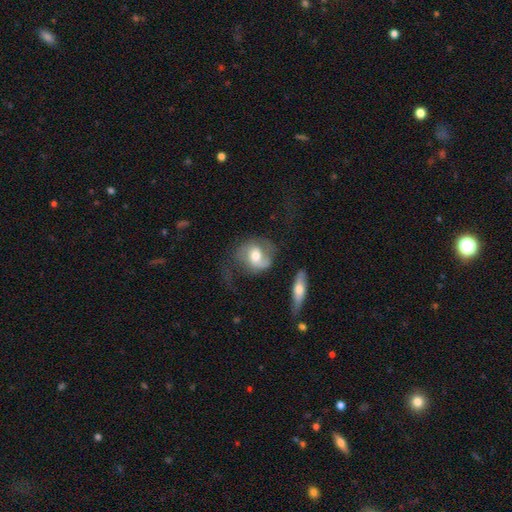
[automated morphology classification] Smooth or featured: featured or disk — 59% (smooth — 35%)
Edge-on disk: no — 95% (yes — 5%)
Bar: no — 50% (weak — 37%)
Spiral arms: yes — 81% (no — 19%)
Bulge size: moderate — 69% (small — 15%)
Merging: none — 45% (major disturbance — 26%)